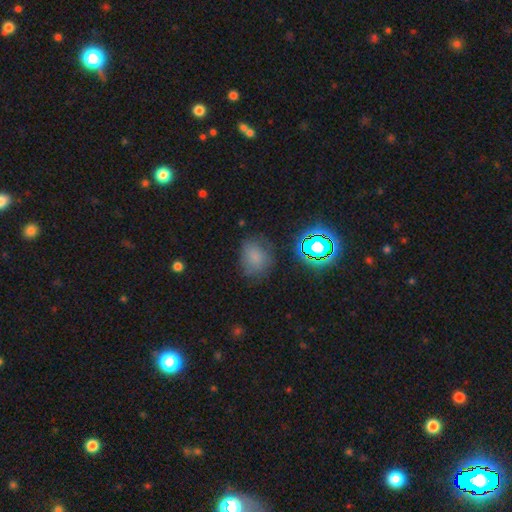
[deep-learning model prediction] smooth_or_featured: smooth (p=0.68) [alt: star or artifact p=0.22]
how_rounded: round (p=0.57) [alt: in between p=0.42]
merging: none (p=0.68) [alt: minor disturbance p=0.21]